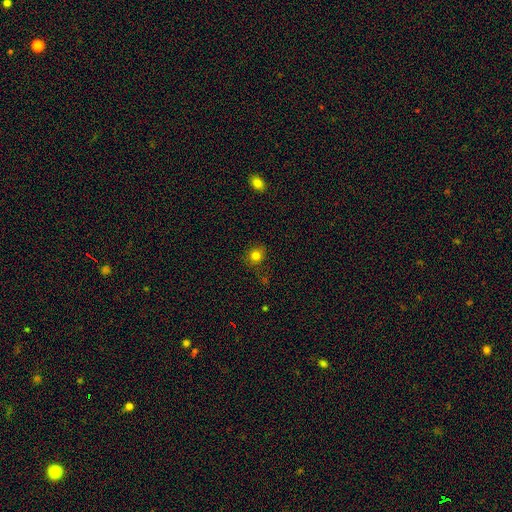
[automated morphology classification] Smooth or featured?
  - smooth: 79% *
  - star or artifact: 14%
  - featured or disk: 6%
How rounded?
  - round: 83% *
  - in between: 16%
  - cigar-shaped: 1%
Merging?
  - none: 82% *
  - minor disturbance: 13%
  - major disturbance: 4%
  - merger: 2%